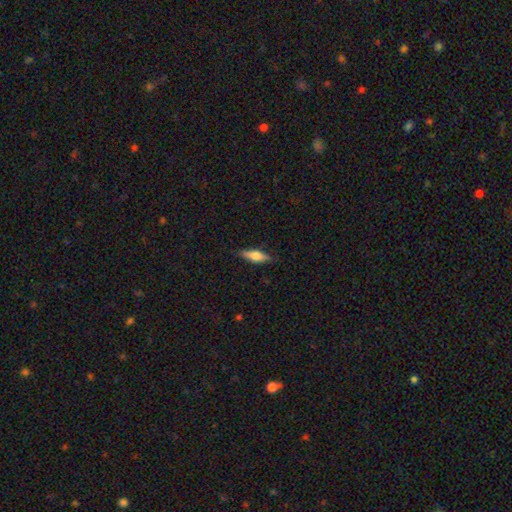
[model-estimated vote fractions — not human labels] Smooth or featured? Predicted: smooth (p=0.52). How rounded? Predicted: cigar-shaped (p=0.52). Merging? Predicted: none (p=0.86).